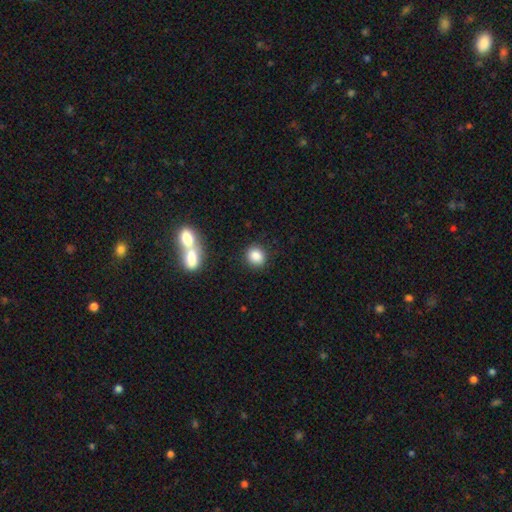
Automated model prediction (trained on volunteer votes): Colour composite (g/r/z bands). It shows a smooth galaxy with no disk features (86%) that is round (75%). Merging: none (80%).